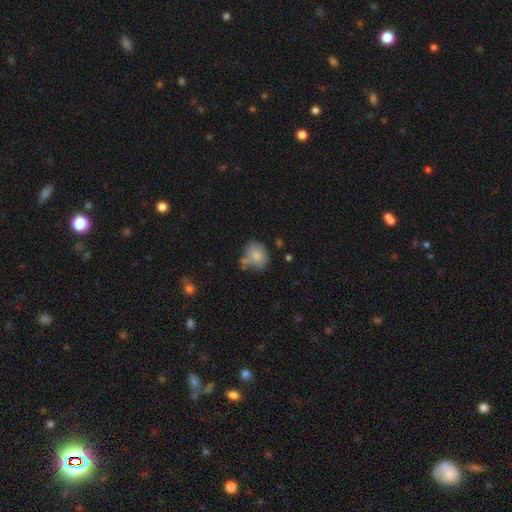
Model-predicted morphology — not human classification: Q: Smooth or featured?
A: smooth (80%); runner-up: featured or disk (12%)
Q: How rounded?
A: round (52%); runner-up: in between (47%)
Q: Merging?
A: none (53%); runner-up: minor disturbance (25%)